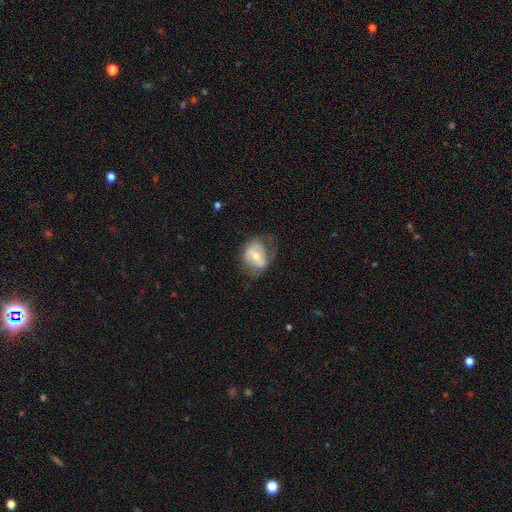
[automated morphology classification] smooth_or_featured: featured or disk (p=0.55) [alt: smooth p=0.38]
disk_edge_on: no (p=0.94) [alt: yes p=0.06]
bar: weak (p=0.38) [alt: strong p=0.35]
has_spiral_arms: yes (p=0.53) [alt: no p=0.47]
bulge_size: moderate (p=0.57) [alt: small p=0.35]
merging: none (p=0.49) [alt: minor disturbance p=0.28]